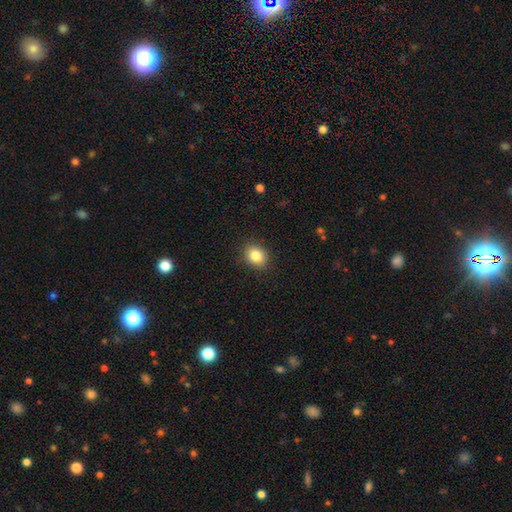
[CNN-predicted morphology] Smooth or featured?
  - smooth: 84% *
  - star or artifact: 10%
  - featured or disk: 7%
How rounded?
  - round: 57% *
  - in between: 43%
  - cigar-shaped: 1%
Merging?
  - none: 89% *
  - minor disturbance: 8%
  - major disturbance: 2%
  - merger: 1%